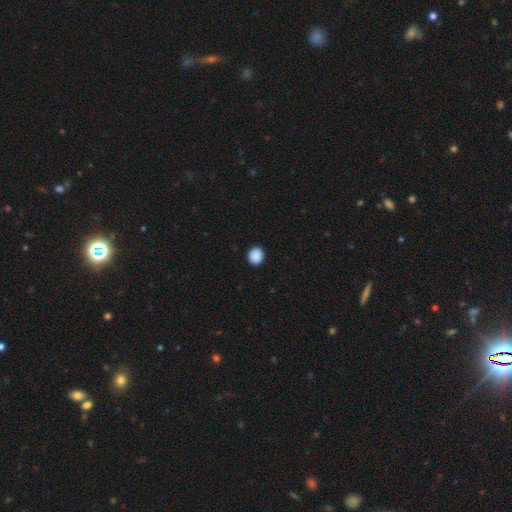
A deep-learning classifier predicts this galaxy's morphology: A smooth galaxy with no disk features (89%) that is round (78%).

Vote fractions:
- Smooth or featured? smooth: 89% / star or artifact: 9% / featured or disk: 2%
- How rounded? round: 78% / in between: 21% / cigar-shaped: 1%
- Merging? none: 92% / minor disturbance: 5% / major disturbance: 2% / merger: 1%